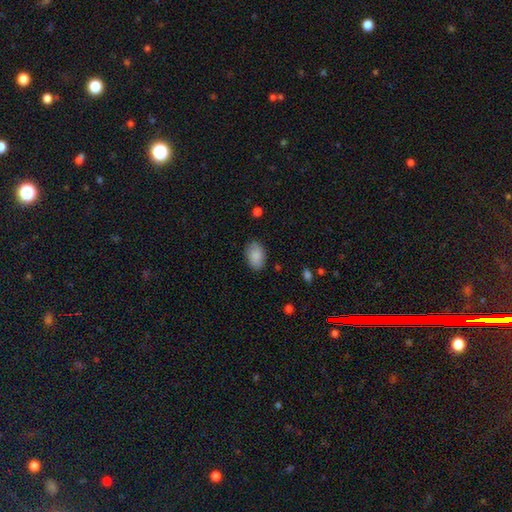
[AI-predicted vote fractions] This is clearly a smooth galaxy (87%). How rounded: clearly in between (87%). Merging: clearly none (84%).